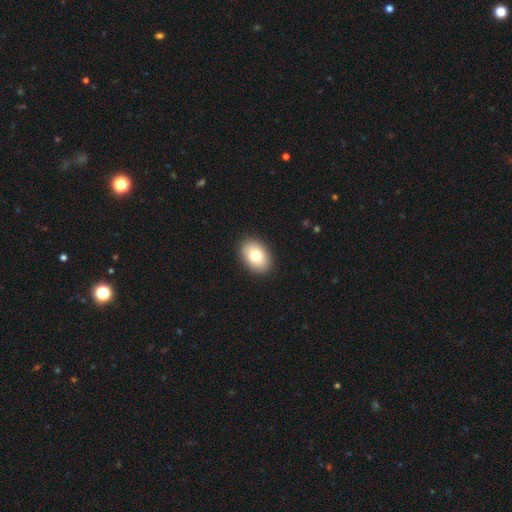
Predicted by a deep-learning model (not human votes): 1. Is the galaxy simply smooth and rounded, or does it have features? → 78% smooth, 14% featured or disk, 8% star or artifact.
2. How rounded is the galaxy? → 82% in between, 17% round, 1% cigar-shaped.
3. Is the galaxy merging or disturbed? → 91% none, 6% minor disturbance, 2% major disturbance, 1% merger.